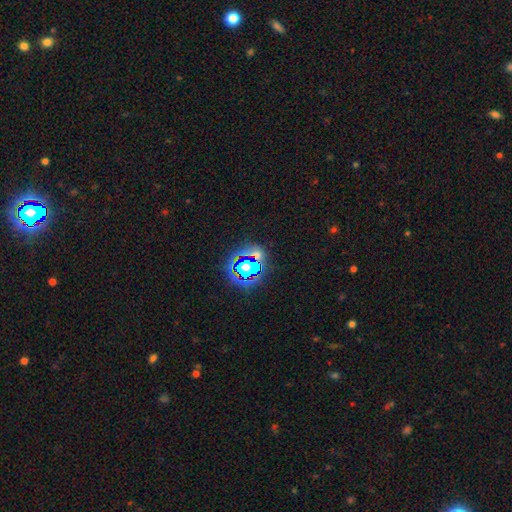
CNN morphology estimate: Smooth or featured? Predicted: star or artifact (p=0.69).